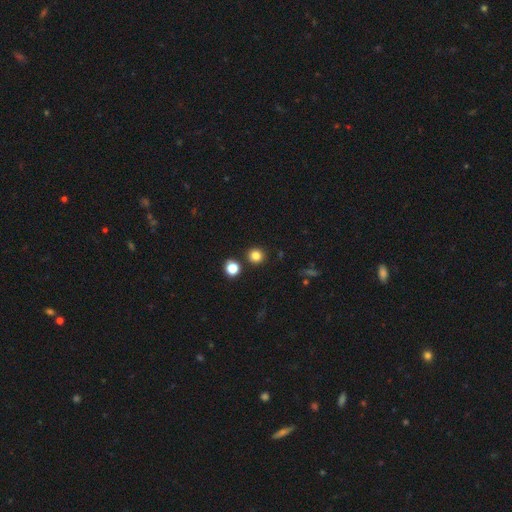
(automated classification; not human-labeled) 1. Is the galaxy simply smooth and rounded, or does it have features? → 81% smooth, 14% star or artifact, 5% featured or disk.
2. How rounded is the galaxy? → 92% round, 7% in between, 1% cigar-shaped.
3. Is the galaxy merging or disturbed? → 88% none, 6% minor disturbance, 5% merger, 2% major disturbance.